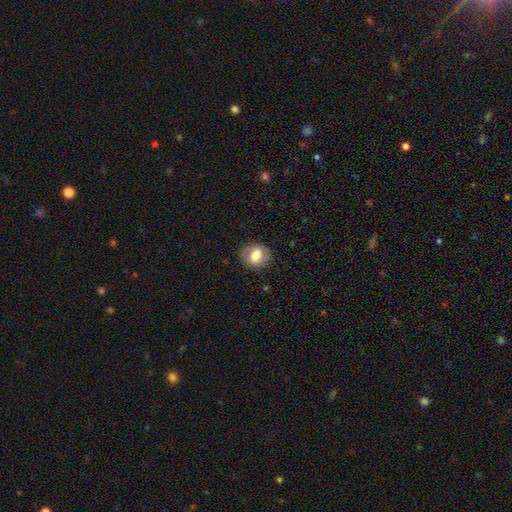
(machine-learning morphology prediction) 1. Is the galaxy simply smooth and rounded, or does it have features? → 68% smooth, 23% featured or disk, 8% star or artifact.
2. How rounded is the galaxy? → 57% round, 42% in between, 1% cigar-shaped.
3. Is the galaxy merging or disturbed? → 80% none, 14% minor disturbance, 5% major disturbance, 1% merger.